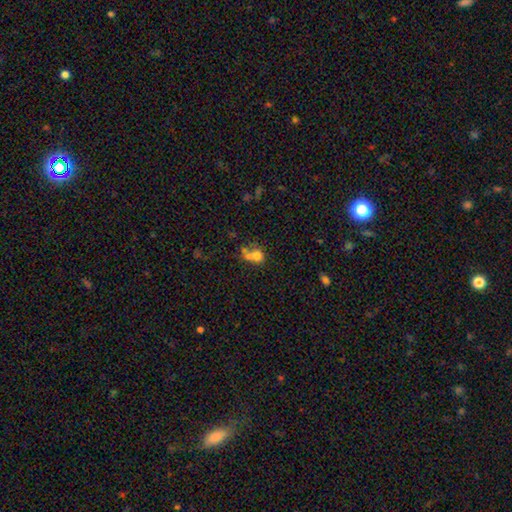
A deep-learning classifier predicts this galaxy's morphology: Smooth or featured? Predicted: smooth (p=0.67). How rounded? Predicted: round (p=0.54). Merging? Predicted: merger (p=0.50).